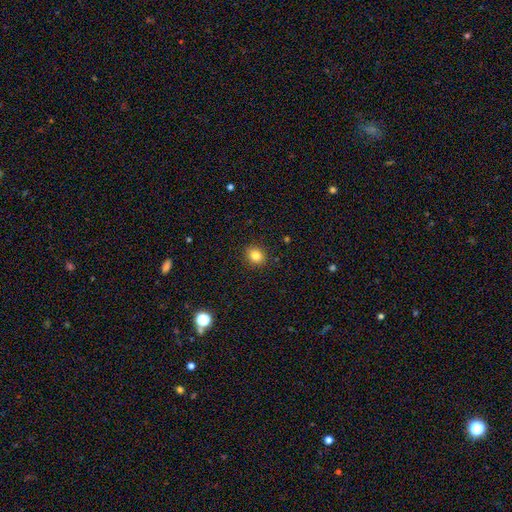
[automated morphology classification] Smooth or featured? smooth (82%)
How rounded? round (74%)
Merging? none (91%)